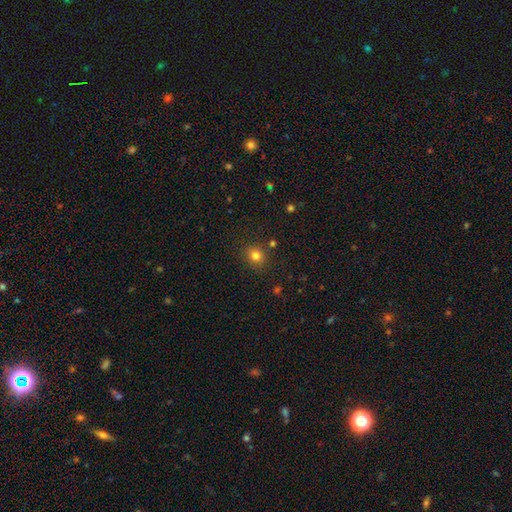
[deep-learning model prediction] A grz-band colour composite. It shows a smooth galaxy with no disk features (80%) that is round (82%). Merging: none (84%).